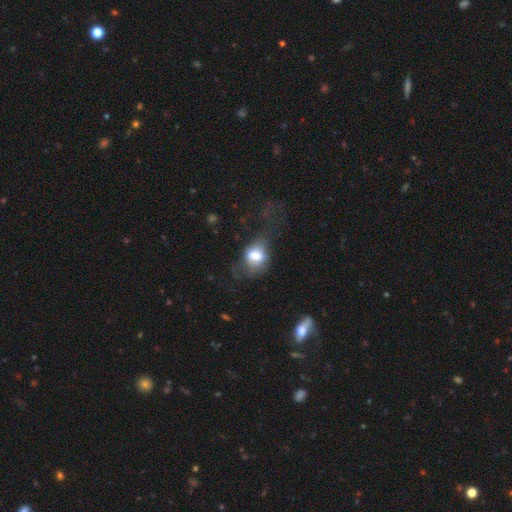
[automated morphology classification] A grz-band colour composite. It shows a smooth galaxy with no disk features (66%) that is in between round and cigar-shaped (66%). Merging: major disturbance (37%).